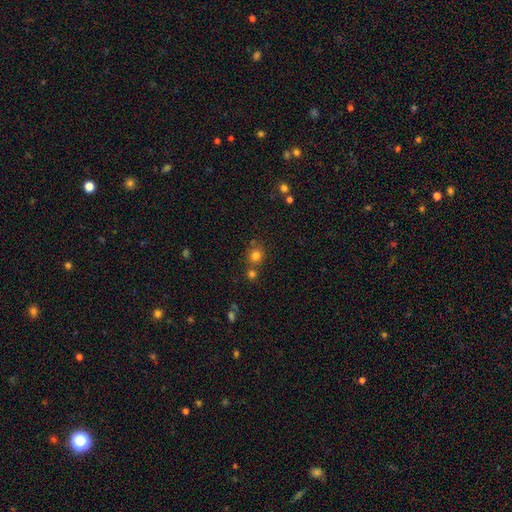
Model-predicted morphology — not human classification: Smooth or featured: smooth — 79% (star or artifact — 15%)
How rounded: round — 87% (in between — 12%)
Merging: none — 66% (merger — 23%)